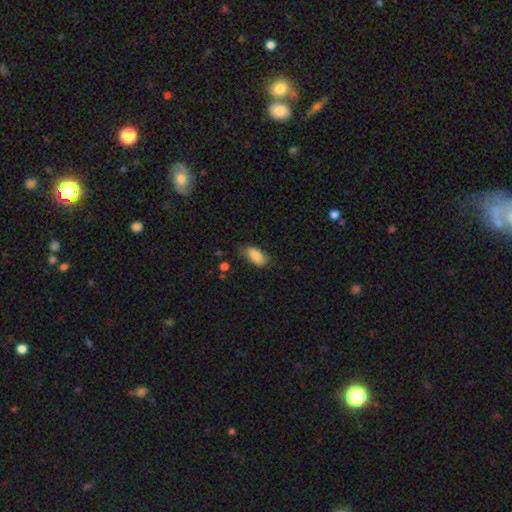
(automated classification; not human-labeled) A smooth galaxy with no disk features (85%) that is in between round and cigar-shaped (93%). Merging: none (71%).